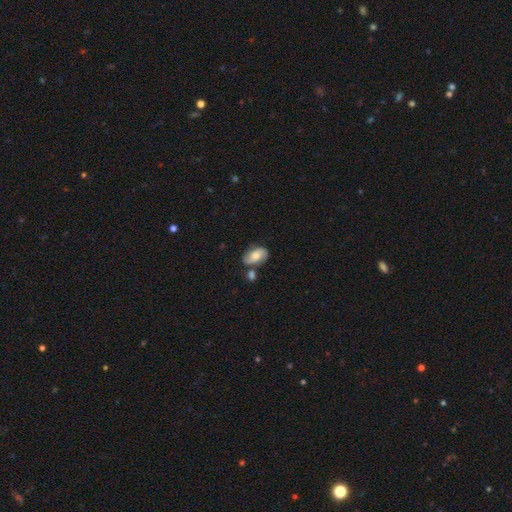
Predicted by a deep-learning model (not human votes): Overall: smooth (49%; featured or disk 43%). Merging: none (60%).